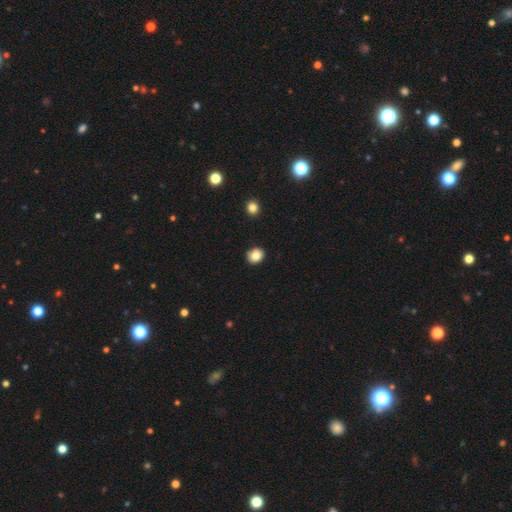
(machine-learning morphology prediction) Smooth or featured? smooth (83%)
How rounded? round (69%)
Merging? none (85%)